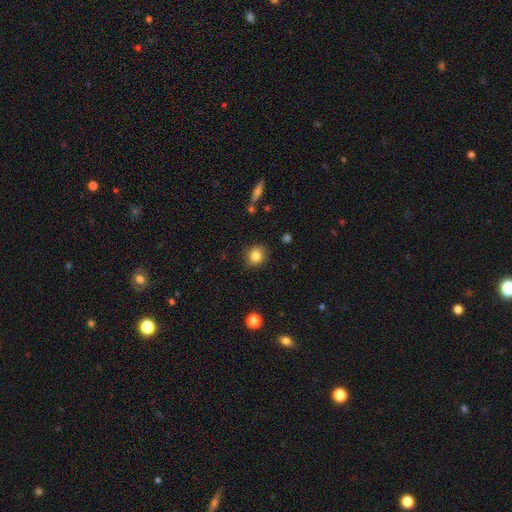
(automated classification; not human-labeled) Smooth or featured?
  - smooth: 84% *
  - star or artifact: 10%
  - featured or disk: 6%
How rounded?
  - round: 77% *
  - in between: 22%
  - cigar-shaped: 1%
Merging?
  - none: 85% *
  - minor disturbance: 10%
  - major disturbance: 3%
  - merger: 2%